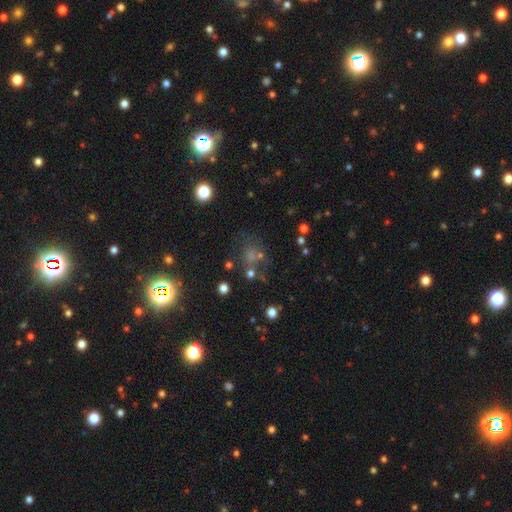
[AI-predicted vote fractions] Q: Smooth or featured?
A: smooth (46%); runner-up: star or artifact (38%)
Q: Merging?
A: none (58%); runner-up: minor disturbance (15%)